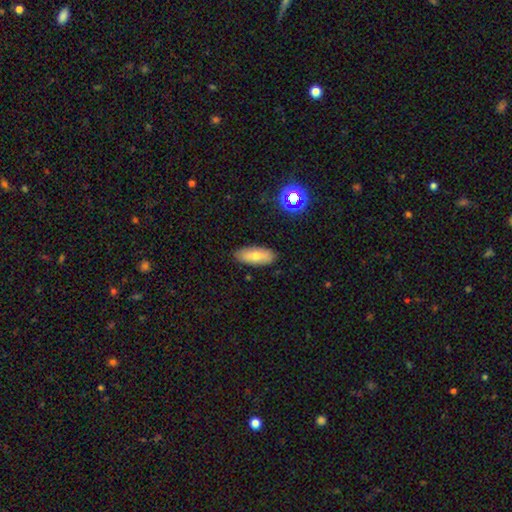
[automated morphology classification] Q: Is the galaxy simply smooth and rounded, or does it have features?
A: smooth — 68%.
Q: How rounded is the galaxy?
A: in between — 76%.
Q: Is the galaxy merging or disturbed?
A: none — 88%.